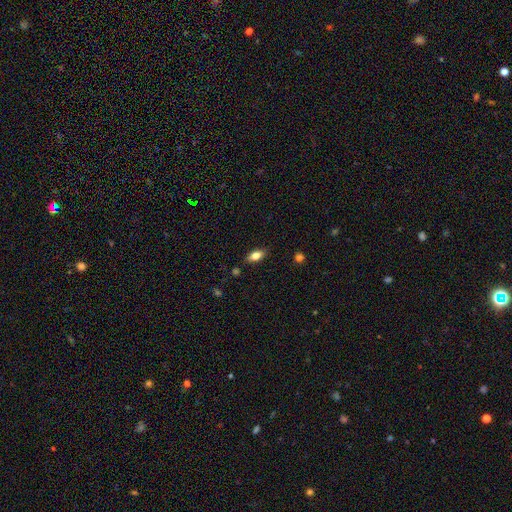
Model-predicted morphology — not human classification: type=smooth (77%); roundness=in between (85%); merging=none (85%).